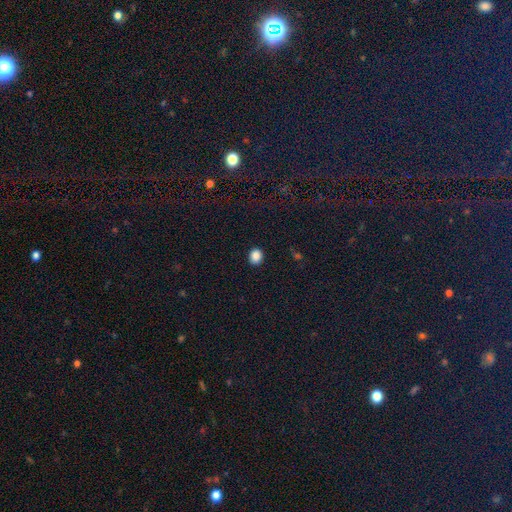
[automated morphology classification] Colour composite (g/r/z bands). It shows a smooth galaxy with no disk features (87%) that is round (63%). Merging: none (90%).